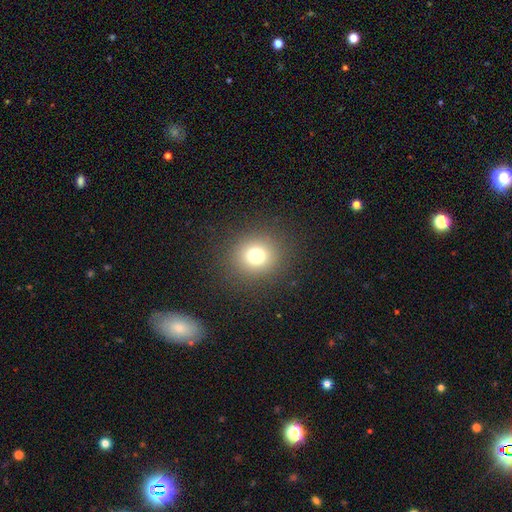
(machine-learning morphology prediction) type=smooth (75%); roundness=round (87%); merging=none (89%).